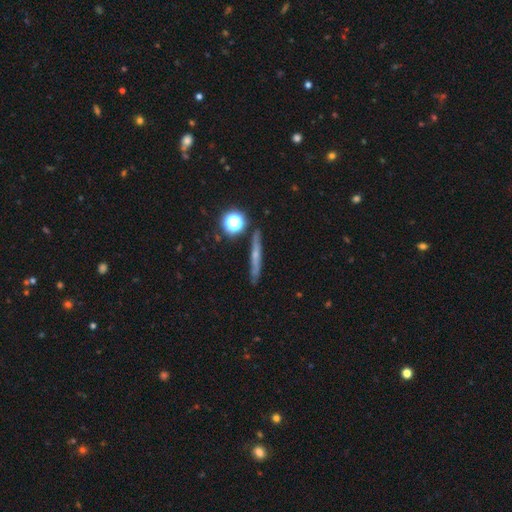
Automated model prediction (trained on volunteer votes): Overall: featured or disk (48%; smooth 39%). Merging: none (85%).